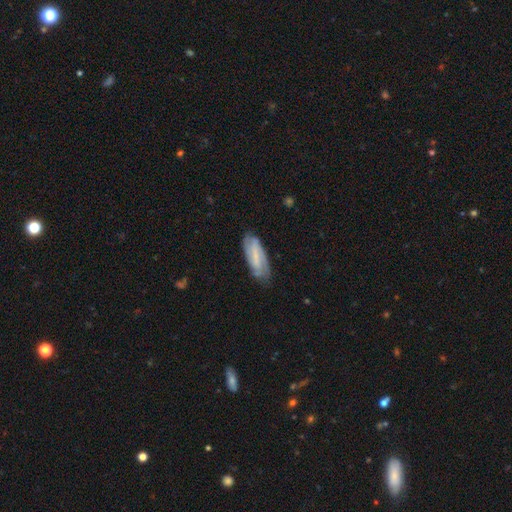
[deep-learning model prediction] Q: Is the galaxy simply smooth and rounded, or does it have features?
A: featured or disk — 53%.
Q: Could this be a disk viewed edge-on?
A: no — 85%.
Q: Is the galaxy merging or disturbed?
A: none — 71%.